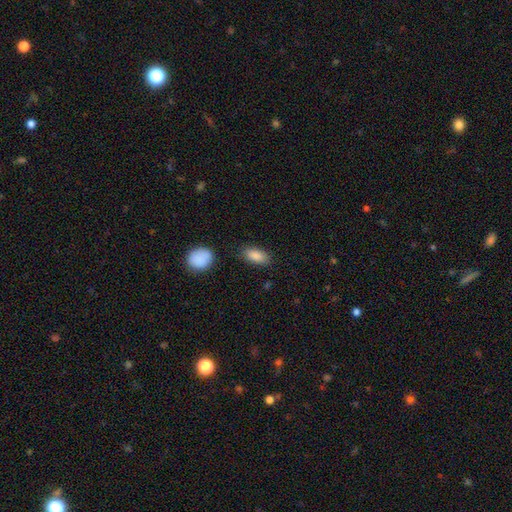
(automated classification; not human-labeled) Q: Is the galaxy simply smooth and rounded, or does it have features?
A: smooth — 88%.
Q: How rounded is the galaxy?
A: in between — 90%.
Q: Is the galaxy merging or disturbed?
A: none — 81%.